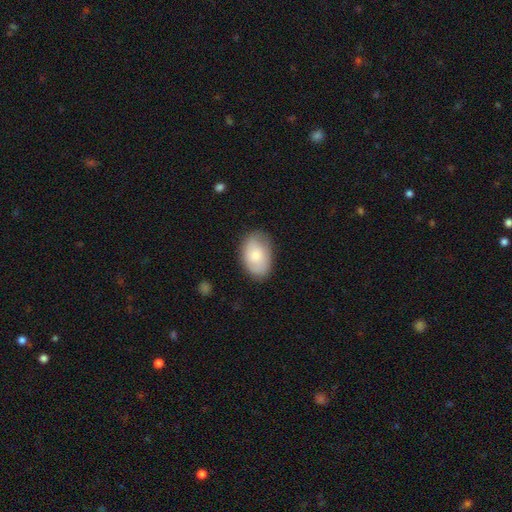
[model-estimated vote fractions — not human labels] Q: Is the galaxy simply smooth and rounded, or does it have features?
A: smooth — 72%.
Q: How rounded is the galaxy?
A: in between — 88%.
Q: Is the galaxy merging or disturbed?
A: none — 79%.